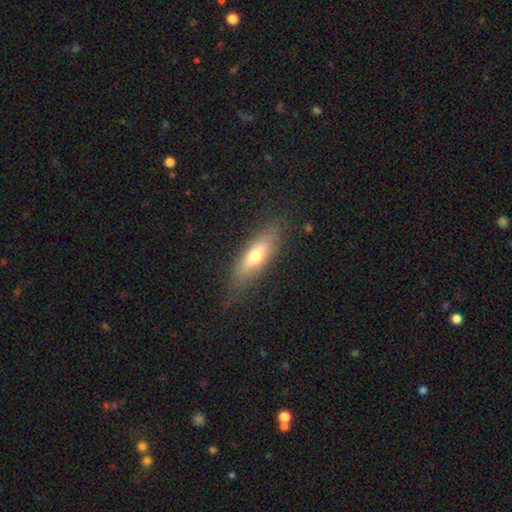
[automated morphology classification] A smooth galaxy with no disk features (66%) that is in between round and cigar-shaped (52%).

Vote fractions:
- Smooth or featured? smooth: 66% / featured or disk: 27% / star or artifact: 7%
- How rounded? in between: 52% / cigar-shaped: 46% / round: 2%
- Merging? none: 78% / minor disturbance: 16% / major disturbance: 5% / merger: 1%